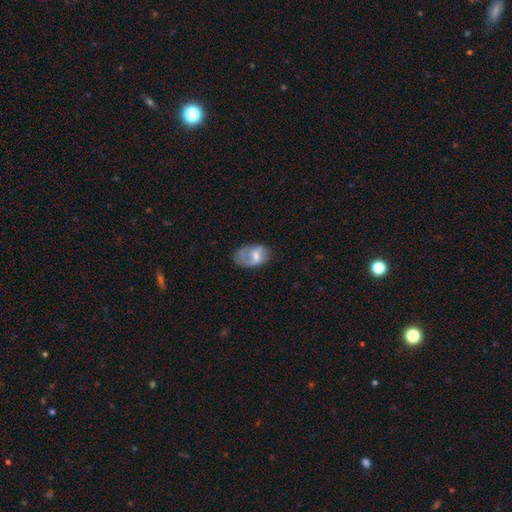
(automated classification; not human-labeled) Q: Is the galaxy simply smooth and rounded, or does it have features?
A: featured or disk — 53%.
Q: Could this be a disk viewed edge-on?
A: no — 96%.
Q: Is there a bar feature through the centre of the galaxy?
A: weak — 48%.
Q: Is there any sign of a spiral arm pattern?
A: yes — 73%.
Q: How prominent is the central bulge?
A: moderate — 51%.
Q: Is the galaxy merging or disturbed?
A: none — 48%.